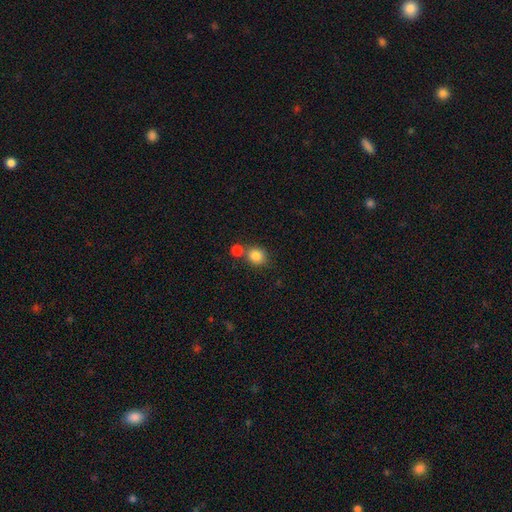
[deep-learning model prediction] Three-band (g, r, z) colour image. It shows a smooth galaxy with no disk features (84%) that is round (80%). Merging: none (57%).